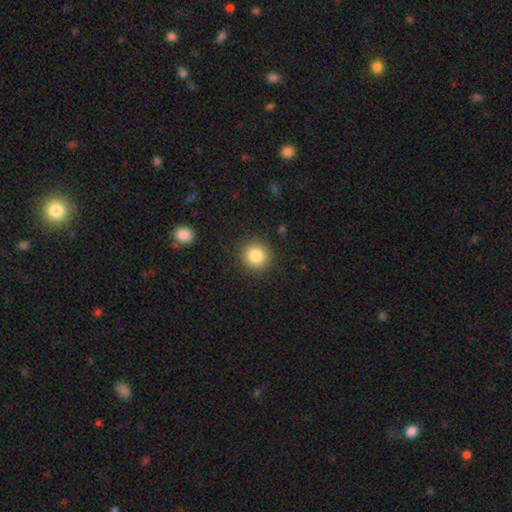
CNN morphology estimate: This is clearly a smooth galaxy (84%). How rounded: clearly round (93%). Merging: clearly none (90%).